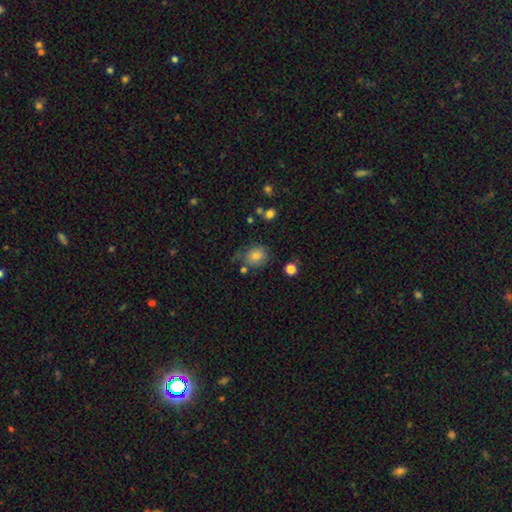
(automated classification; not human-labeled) Morphology: type=smooth (77%); roundness=round (61%); merging=none (67%).